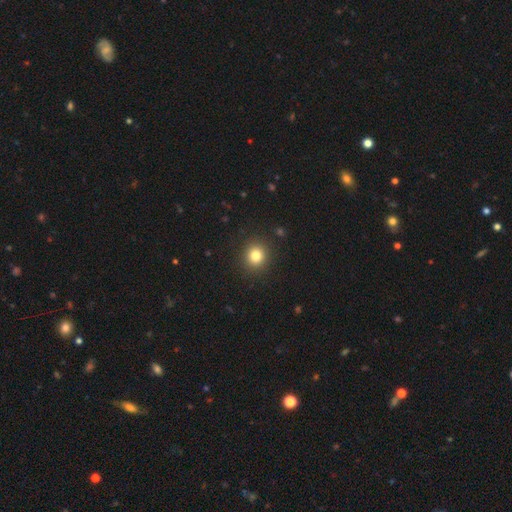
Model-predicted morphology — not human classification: Overall: smooth (81%). How rounded: round (88%). Merging: none (91%).